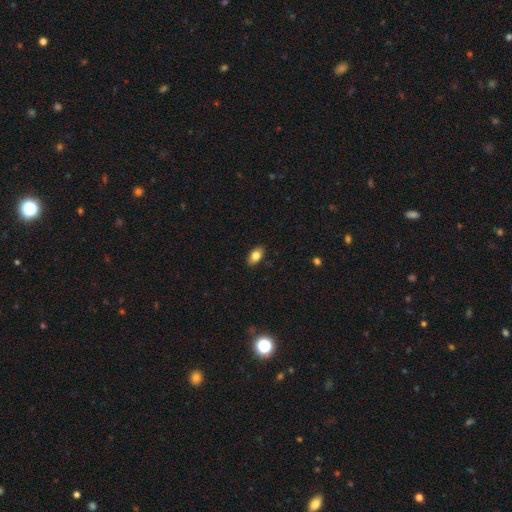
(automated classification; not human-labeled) Overall: smooth (81%). How rounded: in between (91%). Merging: none (88%).